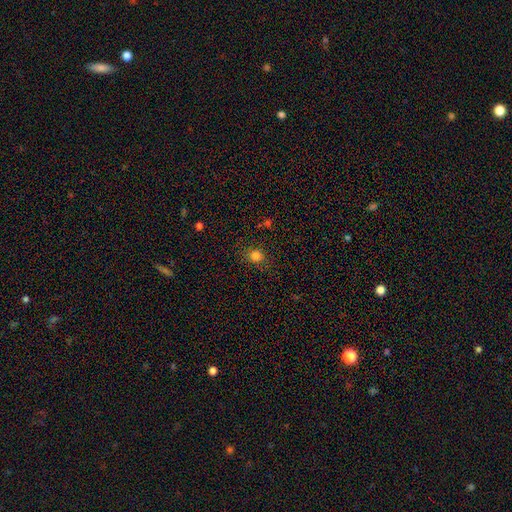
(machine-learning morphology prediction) Q: Smooth or featured?
A: smooth (80%); runner-up: star or artifact (14%)
Q: How rounded?
A: round (74%); runner-up: in between (25%)
Q: Merging?
A: none (83%); runner-up: minor disturbance (11%)